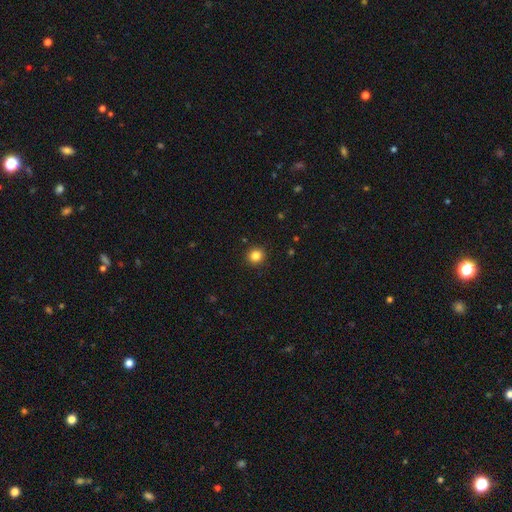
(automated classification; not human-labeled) A smooth galaxy with no disk features (83%) that is round (93%).

Vote fractions:
- Smooth or featured? smooth: 83% / star or artifact: 12% / featured or disk: 4%
- How rounded? round: 93% / in between: 6% / cigar-shaped: 1%
- Merging? none: 93% / minor disturbance: 5% / major disturbance: 2% / merger: 1%